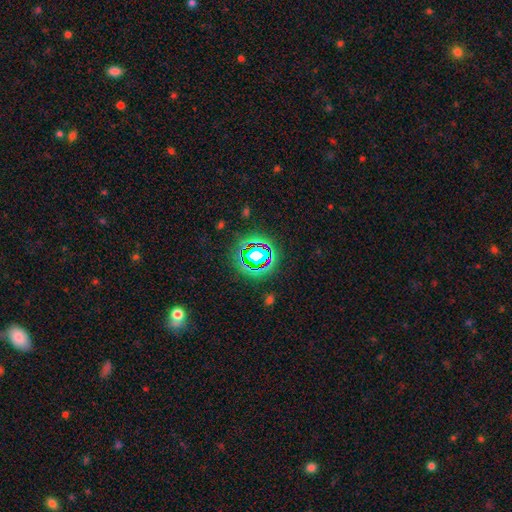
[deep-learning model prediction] Overall: star or artifact (65%).